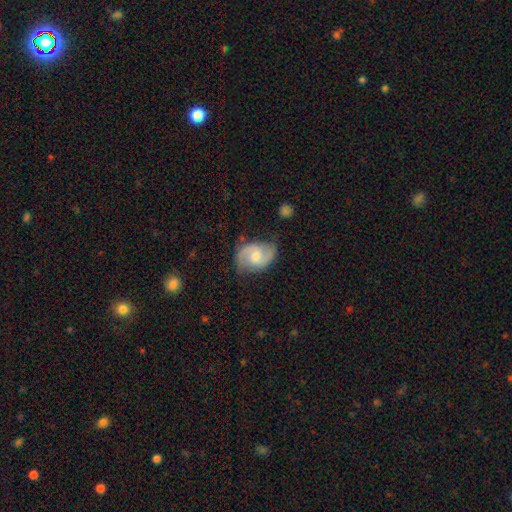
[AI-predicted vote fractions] featured or disk 77%, smooth 17%, star or artifact 6%. Down the decision tree: edge-on disk — no (98%); bar — weak (47%); spiral arms — yes (95%); spiral arm count — 2 (90%); spiral winding — medium (53%); bulge size — moderate (58%); merging — none (71%).